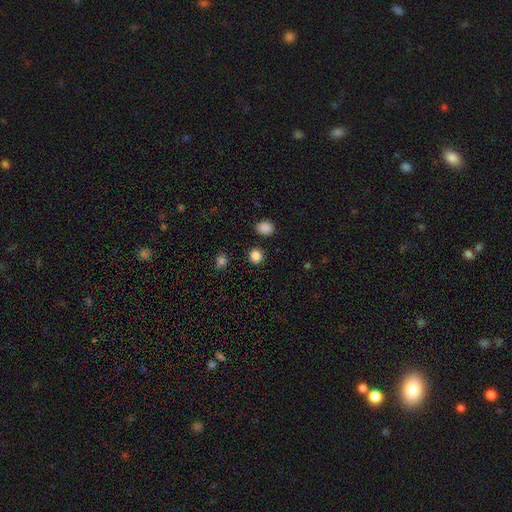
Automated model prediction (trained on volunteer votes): This appears to be a smooth galaxy with no disk features (85%) that is round (89%). Merging: none (90%).